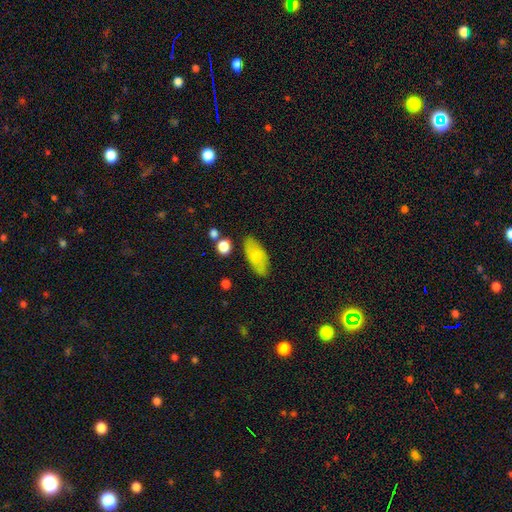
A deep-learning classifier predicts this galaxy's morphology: smooth_or_featured: smooth (p=0.75) [alt: featured or disk p=0.18]
how_rounded: in between (p=0.88) [alt: cigar-shaped p=0.09]
merging: none (p=0.78) [alt: minor disturbance p=0.15]